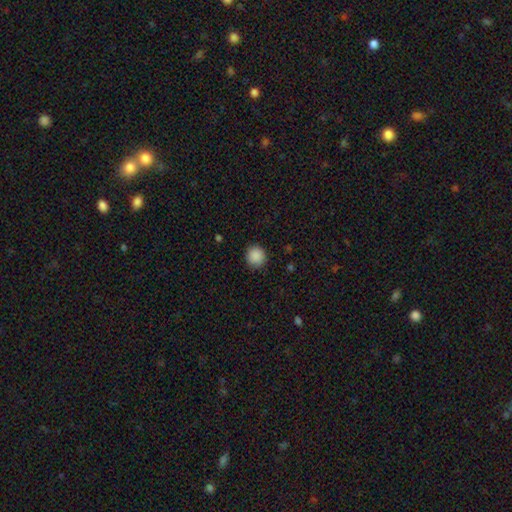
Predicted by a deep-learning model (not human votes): smooth 89%, star or artifact 9%, featured or disk 2%. Down the decision tree: how rounded — round (92%); merging — none (91%).